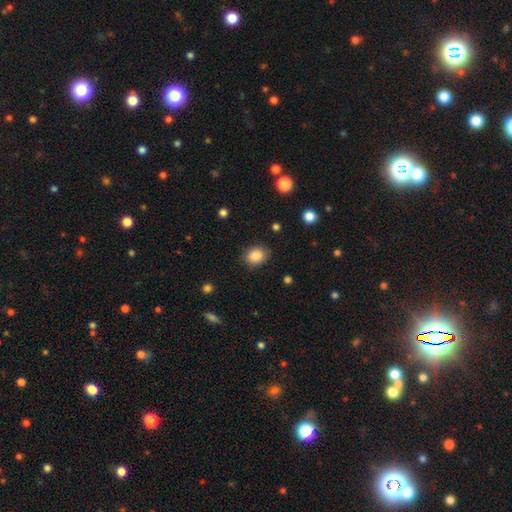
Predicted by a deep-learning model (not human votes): smooth_or_featured: smooth (p=0.86) [alt: star or artifact p=0.09]
how_rounded: in between (p=0.50) [alt: round p=0.49]
merging: none (p=0.85) [alt: minor disturbance p=0.11]